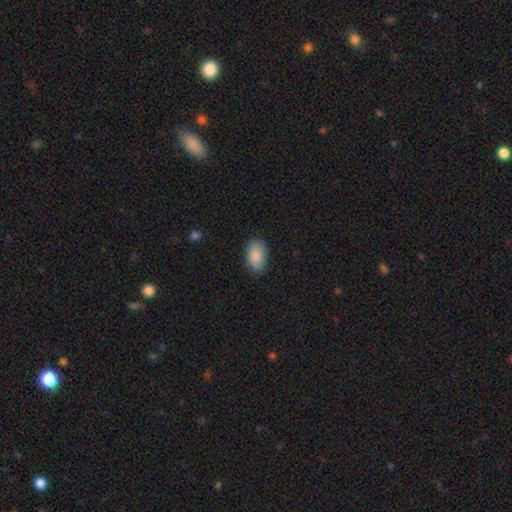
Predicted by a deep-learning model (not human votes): Overall: smooth (88%). How rounded: in between (93%). Merging: none (83%).